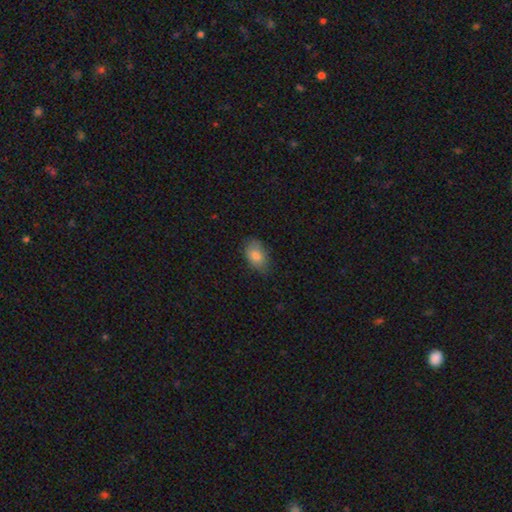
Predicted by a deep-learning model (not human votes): This appears to be a smooth galaxy with no disk features (82%) that is in between round and cigar-shaped (89%). Merging: none (73%).